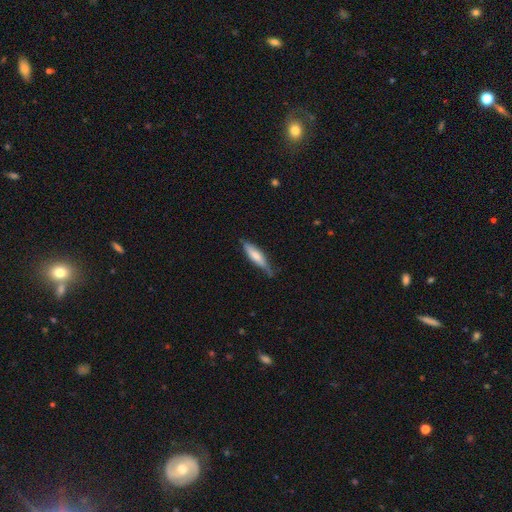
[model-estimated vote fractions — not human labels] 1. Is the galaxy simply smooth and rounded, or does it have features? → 62% smooth, 32% featured or disk, 5% star or artifact.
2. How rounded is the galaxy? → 76% cigar-shaped, 23% in between, 1% round.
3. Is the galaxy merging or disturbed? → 59% none, 33% minor disturbance, 6% major disturbance, 2% merger.